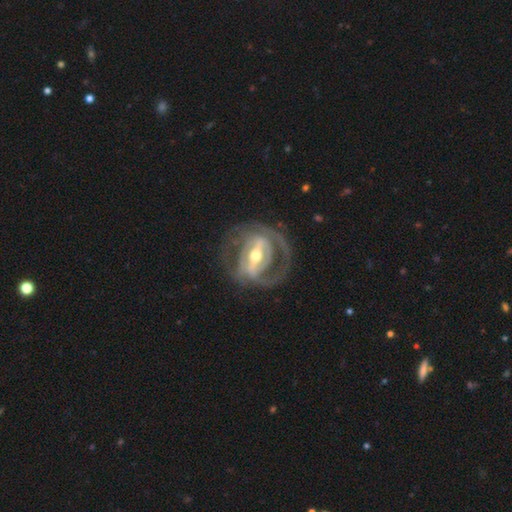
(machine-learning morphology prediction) featured or disk 87%, smooth 8%, star or artifact 5%. Down the decision tree: edge-on disk — no (94%); bar — strong (69%); spiral arms — yes (83%); spiral arm count — 2 (57%); spiral winding — tight (45%); bulge size — moderate (66%); merging — none (64%).